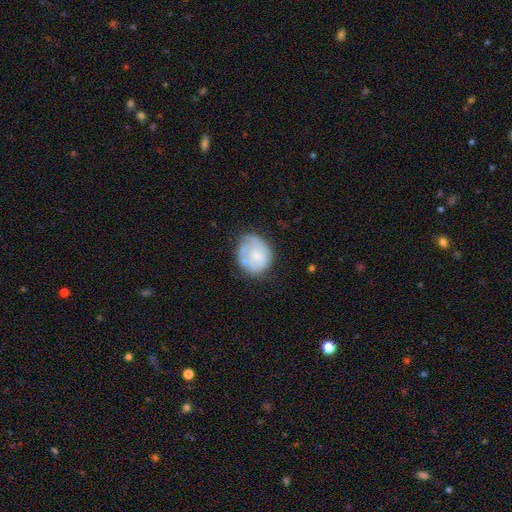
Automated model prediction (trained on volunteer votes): Smooth or featured? Predicted: smooth (p=0.48). Merging? Predicted: none (p=0.50).